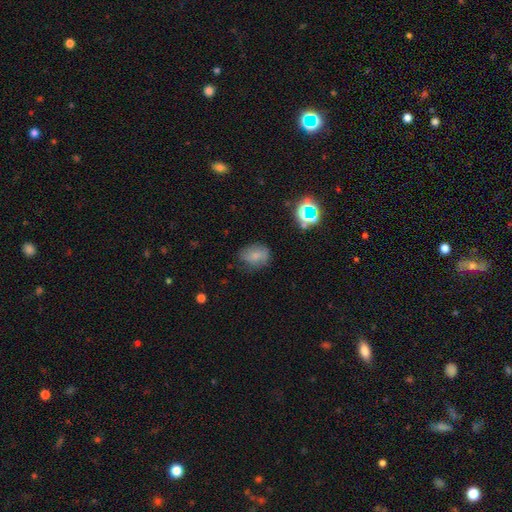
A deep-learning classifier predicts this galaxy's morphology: smooth-or-featured: smooth: 72% | featured or disk: 14% | star or artifact: 14%
  how-rounded: in between: 66% | round: 33% | cigar-shaped: 1%
  merging: none: 63% | minor disturbance: 27% | major disturbance: 8% | merger: 2%